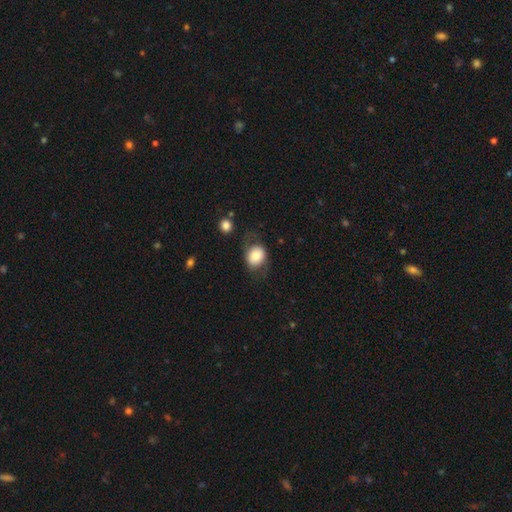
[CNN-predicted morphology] smooth-or-featured: smooth: 70% | featured or disk: 23% | star or artifact: 7%
  how-rounded: round: 52% | in between: 47% | cigar-shaped: 1%
  merging: none: 61% | minor disturbance: 22% | major disturbance: 14% | merger: 3%